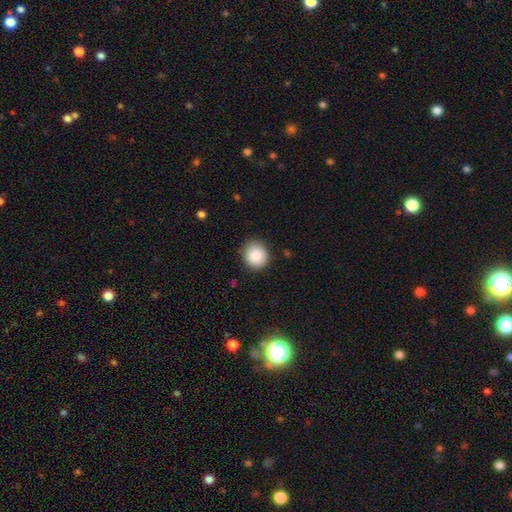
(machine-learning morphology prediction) Overall: smooth (88%). How rounded: round (81%). Merging: none (86%).